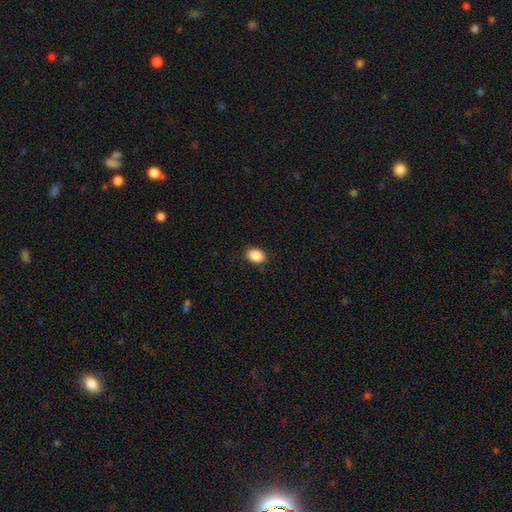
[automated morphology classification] The model was most divided on "how rounded": in between: 75%, round: 24%, cigar-shaped: 1%. More confident: smooth or featured — smooth (88%); merging — none (86%).